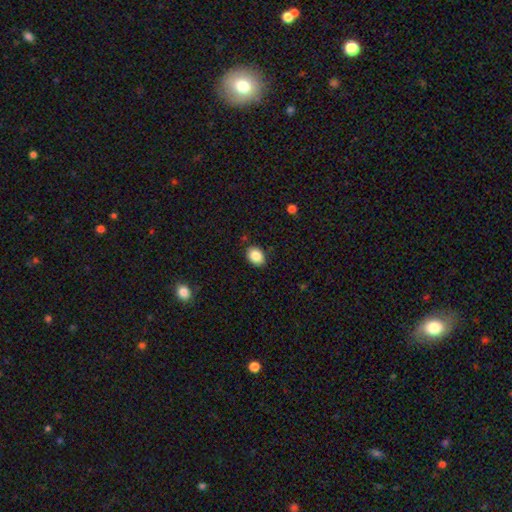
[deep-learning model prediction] Smooth or featured? smooth (87%)
How rounded? in between (70%)
Merging? none (86%)